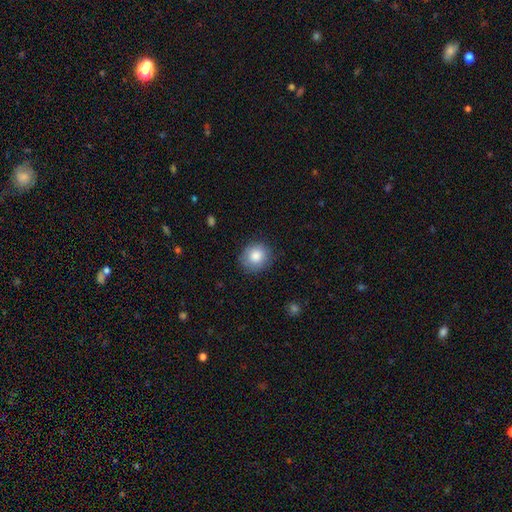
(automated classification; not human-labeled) smooth-or-featured: smooth: 84% | featured or disk: 8% | star or artifact: 8%
  how-rounded: round: 85% | in between: 14% | cigar-shaped: 1%
  merging: none: 84% | minor disturbance: 12% | major disturbance: 3% | merger: 1%